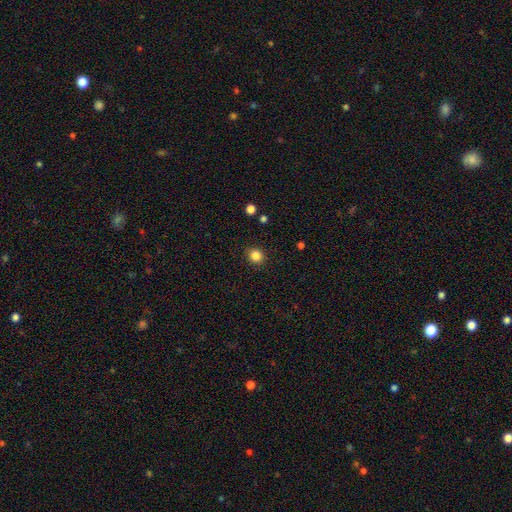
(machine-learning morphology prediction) Smooth or featured: smooth — 85% (star or artifact — 11%)
How rounded: round — 84% (in between — 15%)
Merging: none — 91% (minor disturbance — 6%)